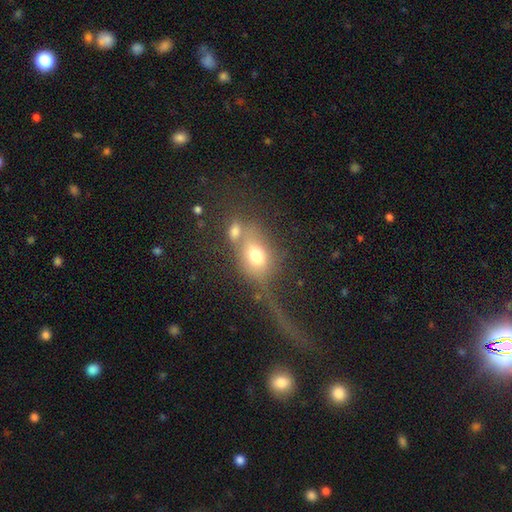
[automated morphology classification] Q: Smooth or featured?
A: smooth (67%); runner-up: featured or disk (20%)
Q: How rounded?
A: in between (68%); runner-up: round (28%)
Q: Merging?
A: none (33%); runner-up: merger (31%)